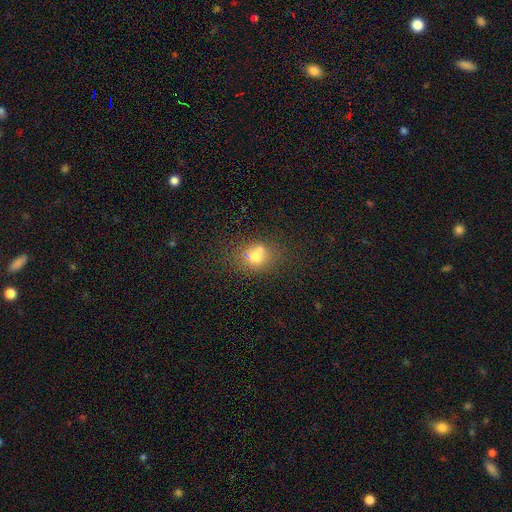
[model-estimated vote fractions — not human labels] Morphology: type=smooth (66%); roundness=round (64%); merging=none (50%).